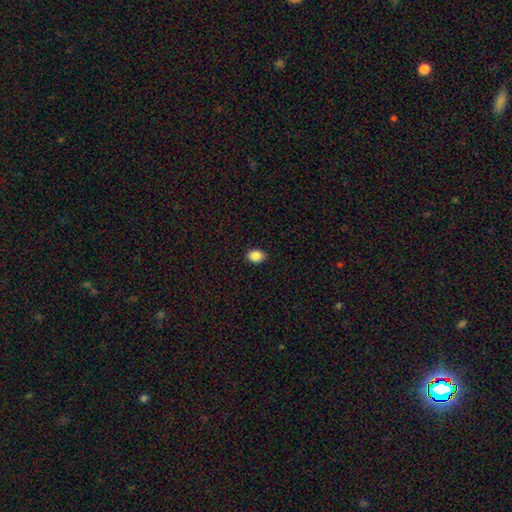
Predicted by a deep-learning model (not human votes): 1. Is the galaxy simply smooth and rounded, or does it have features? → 88% smooth, 9% star or artifact, 3% featured or disk.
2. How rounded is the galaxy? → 70% in between, 29% round, 1% cigar-shaped.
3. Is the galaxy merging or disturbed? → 90% none, 7% minor disturbance, 2% major disturbance, 1% merger.